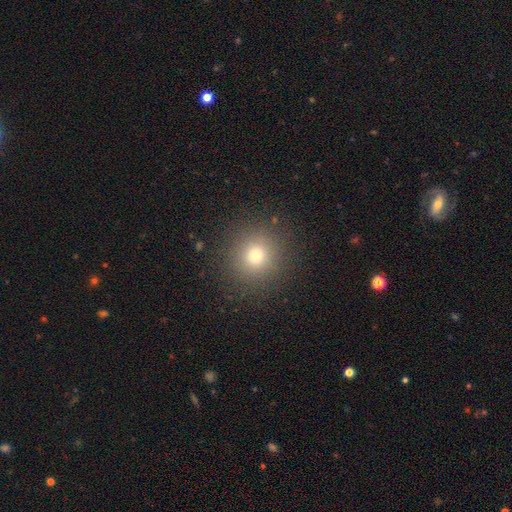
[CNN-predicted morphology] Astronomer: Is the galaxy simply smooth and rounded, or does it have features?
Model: smooth — 73%.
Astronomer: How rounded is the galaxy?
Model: round — 91%.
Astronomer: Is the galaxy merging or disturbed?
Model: none — 90%.